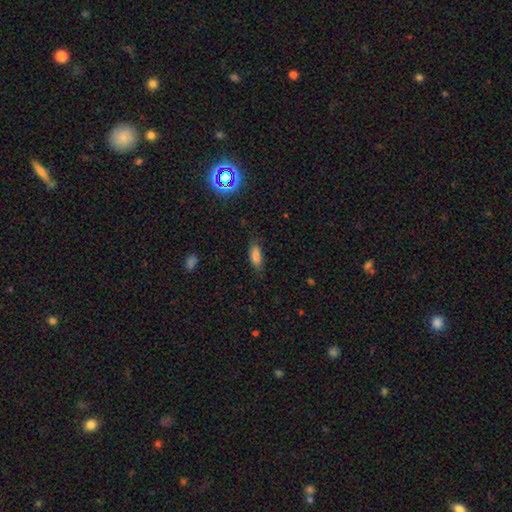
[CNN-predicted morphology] Smooth or featured? Predicted: smooth (p=0.79). How rounded? Predicted: in between (p=0.76). Merging? Predicted: none (p=0.73).